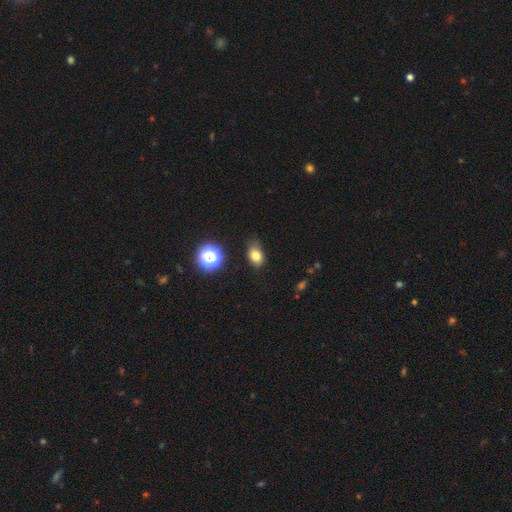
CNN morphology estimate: smooth 79%, star or artifact 14%, featured or disk 8%. Down the decision tree: how rounded — in between (75%); merging — none (73%).